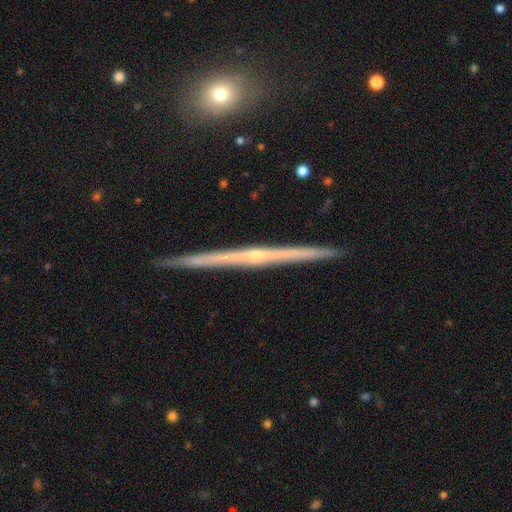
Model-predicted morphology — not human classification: A featured or disk galaxy (82%) viewed edge-on (98%) with a rounded central bulge (50%).

Vote fractions:
- Smooth or featured? featured or disk: 82% / smooth: 11% / star or artifact: 6%
- Edge-on disk? yes: 98% / no: 2%
- Edge-on bulge? rounded: 50% / none: 44% / boxy: 6%
- Merging? none: 92% / minor disturbance: 6% / merger: 1% / major disturbance: 1%